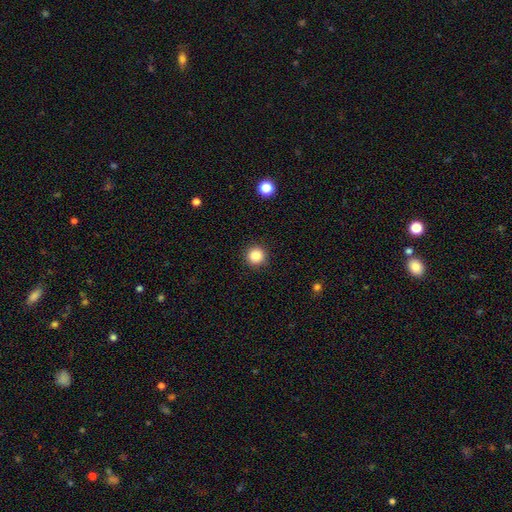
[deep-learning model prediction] Smooth or featured?
  - smooth: 86% *
  - star or artifact: 10%
  - featured or disk: 4%
How rounded?
  - round: 96% *
  - in between: 3%
  - cigar-shaped: 1%
Merging?
  - none: 92% *
  - minor disturbance: 5%
  - major disturbance: 2%
  - merger: 1%